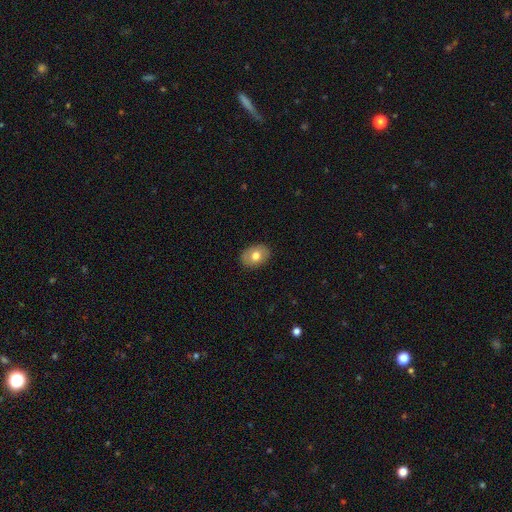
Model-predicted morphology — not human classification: A smooth galaxy with no disk features (73%) that is in between round and cigar-shaped (73%). Merging: none (88%).